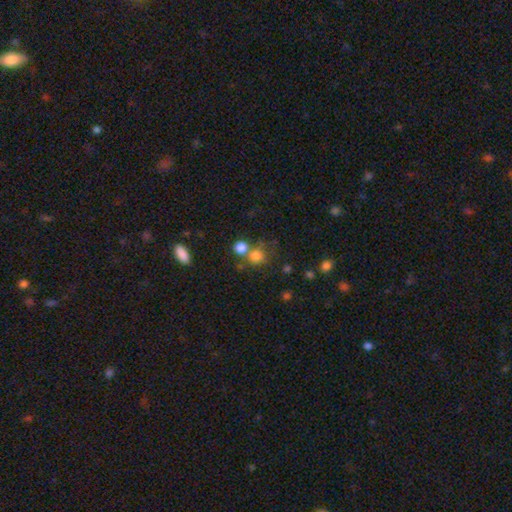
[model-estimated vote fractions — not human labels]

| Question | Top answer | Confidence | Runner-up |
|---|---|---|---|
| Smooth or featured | smooth | 77% | star or artifact (15%) |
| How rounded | round | 85% | in between (14%) |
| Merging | none | 55% | merger (31%) |